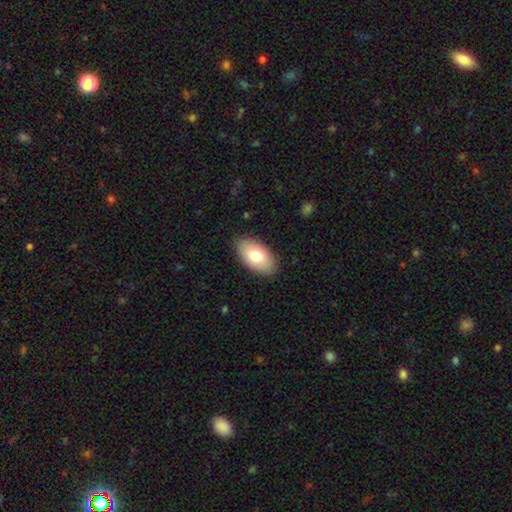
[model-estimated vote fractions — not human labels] A smooth galaxy with no disk features (75%) that is in between round and cigar-shaped (95%). Merging: none (86%).